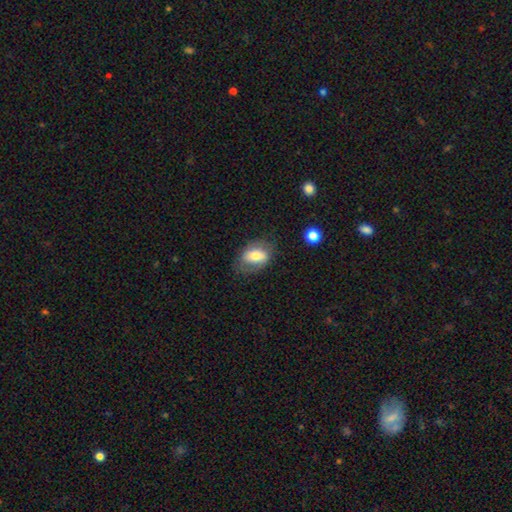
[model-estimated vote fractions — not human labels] Morphology: type=smooth (59%); roundness=in between (81%); merging=none (67%).